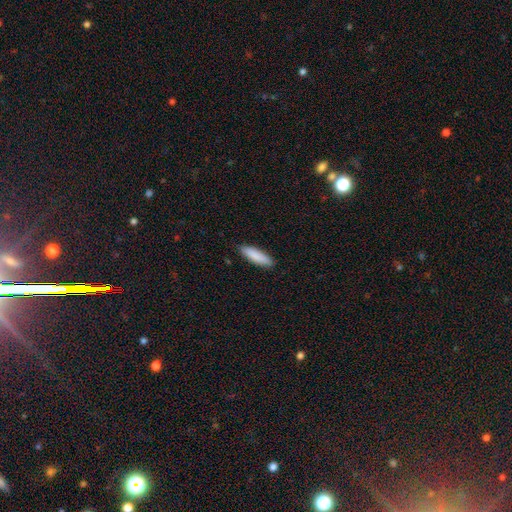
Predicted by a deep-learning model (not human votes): A smooth galaxy with no disk features (88%) that is cigar-shaped (61%).

Vote fractions:
- Smooth or featured? smooth: 88% / featured or disk: 6% / star or artifact: 5%
- How rounded? cigar-shaped: 61% / in between: 38% / round: 1%
- Merging? none: 88% / minor disturbance: 9% / major disturbance: 2% / merger: 1%